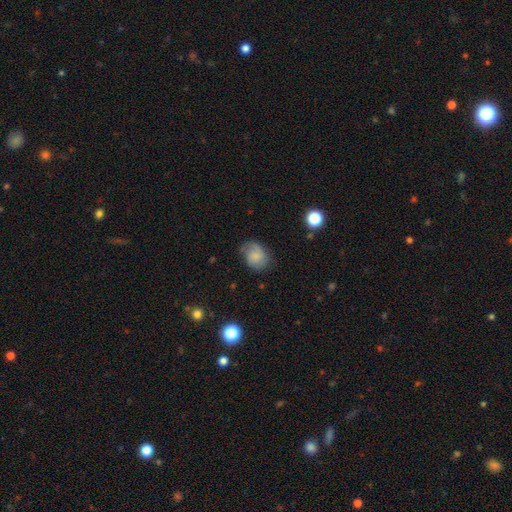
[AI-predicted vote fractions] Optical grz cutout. It shows a smooth galaxy with no disk features (64%) that is in between round and cigar-shaped (50%). Merging: none (58%).